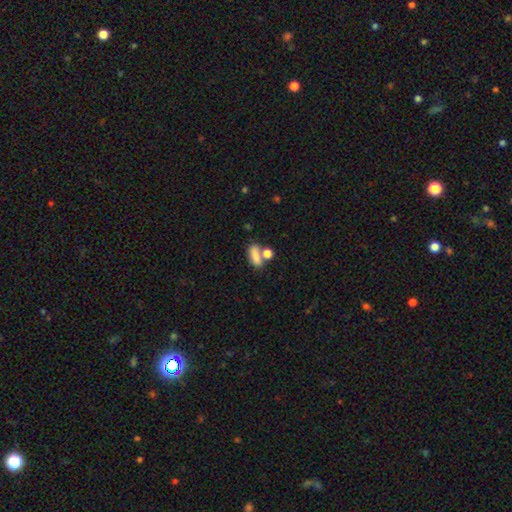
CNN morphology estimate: This appears to be a smooth galaxy with no disk features (81%) that is in between round and cigar-shaped (71%). Merging: none (48%).